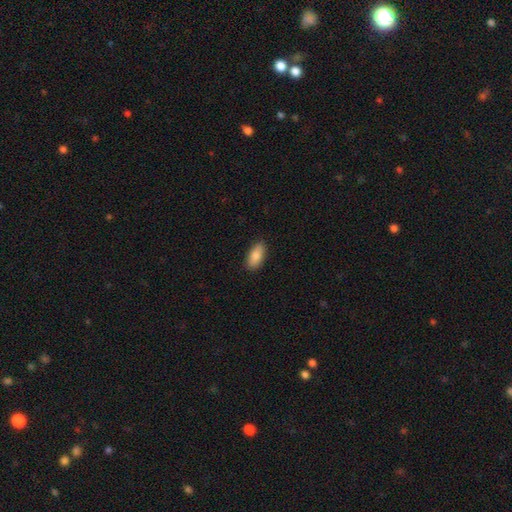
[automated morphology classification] Smooth or featured? smooth (84%)
How rounded? in between (89%)
Merging? none (88%)